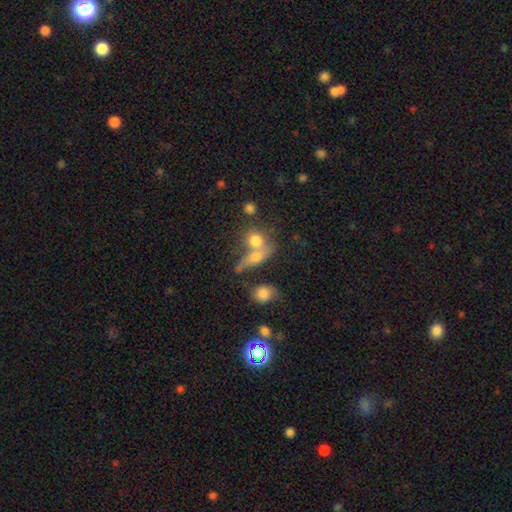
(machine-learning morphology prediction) Smooth or featured?
  - smooth: 61% *
  - featured or disk: 20%
  - star or artifact: 19%
How rounded?
  - in between: 46% *
  - round: 43%
  - cigar-shaped: 11%
Merging?
  - merger: 46% *
  - none: 35%
  - minor disturbance: 11%
  - major disturbance: 8%